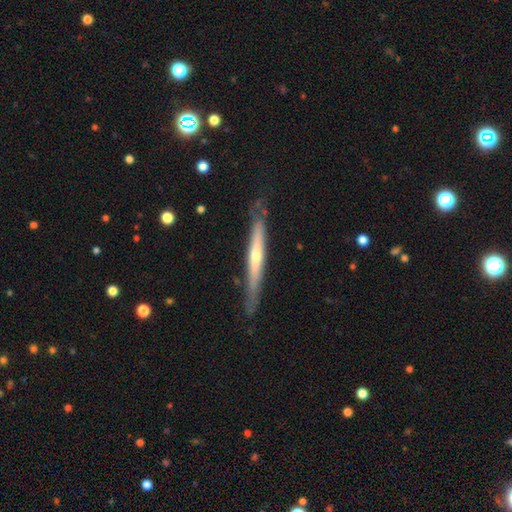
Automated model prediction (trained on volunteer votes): A featured or disk galaxy (67%) viewed edge-on (91%) with a rounded central bulge (58%).

Vote fractions:
- Smooth or featured? featured or disk: 67% / smooth: 27% / star or artifact: 6%
- Edge-on disk? yes: 91% / no: 9%
- Edge-on bulge? rounded: 58% / none: 37% / boxy: 5%
- Merging? none: 78% / minor disturbance: 17% / major disturbance: 3% / merger: 2%